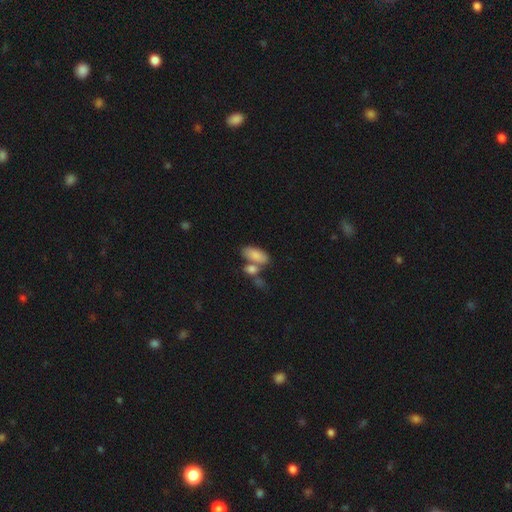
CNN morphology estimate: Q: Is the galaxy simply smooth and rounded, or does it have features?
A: smooth — 83%.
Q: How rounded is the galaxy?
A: in between — 90%.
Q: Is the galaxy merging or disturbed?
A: merger — 41%, tied with none.